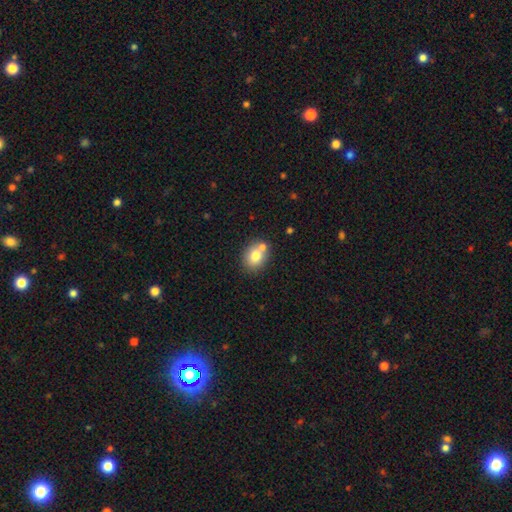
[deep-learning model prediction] smooth 76%, featured or disk 15%, star or artifact 10%. Down the decision tree: how rounded — round (51%); merging — none (59%).